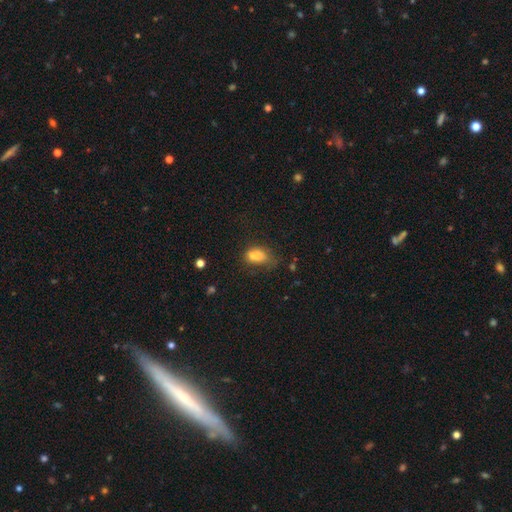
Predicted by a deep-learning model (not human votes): This appears to be a smooth galaxy with no disk features (72%) that is in between round and cigar-shaped (74%). Merging: none (28%).